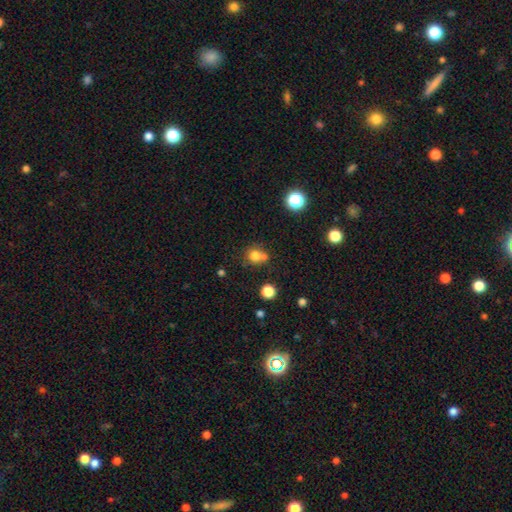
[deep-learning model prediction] Smooth or featured?
  - smooth: 76% *
  - star or artifact: 14%
  - featured or disk: 10%
How rounded?
  - round: 86% *
  - in between: 13%
  - cigar-shaped: 1%
Merging?
  - none: 52% *
  - merger: 34%
  - minor disturbance: 10%
  - major disturbance: 4%